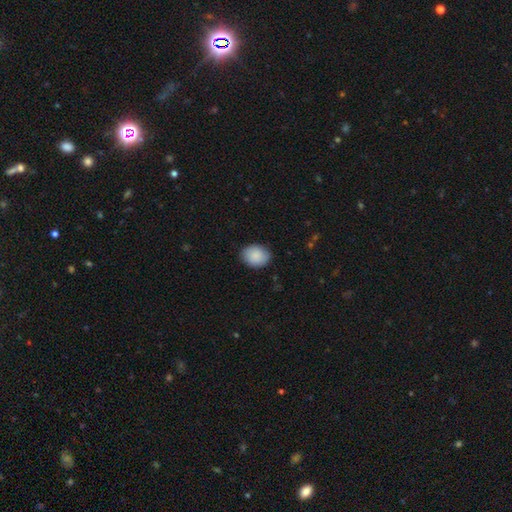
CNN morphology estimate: Smooth or featured?
  - smooth: 88% *
  - star or artifact: 6%
  - featured or disk: 6%
How rounded?
  - in between: 51% *
  - round: 48%
  - cigar-shaped: 1%
Merging?
  - none: 85% *
  - minor disturbance: 12%
  - major disturbance: 2%
  - merger: 1%